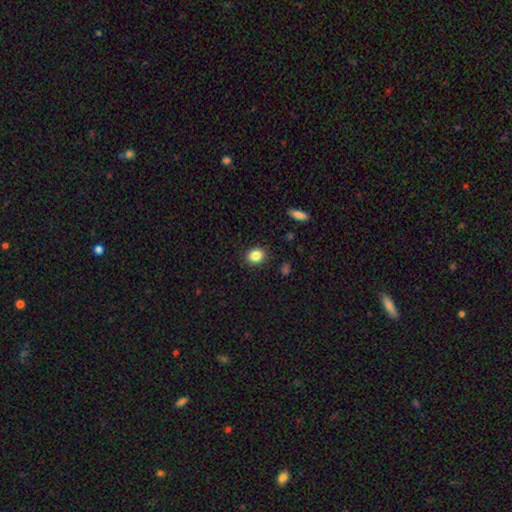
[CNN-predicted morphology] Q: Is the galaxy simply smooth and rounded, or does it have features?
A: smooth — 86%.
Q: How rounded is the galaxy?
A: round — 52%.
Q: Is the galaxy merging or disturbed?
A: none — 88%.